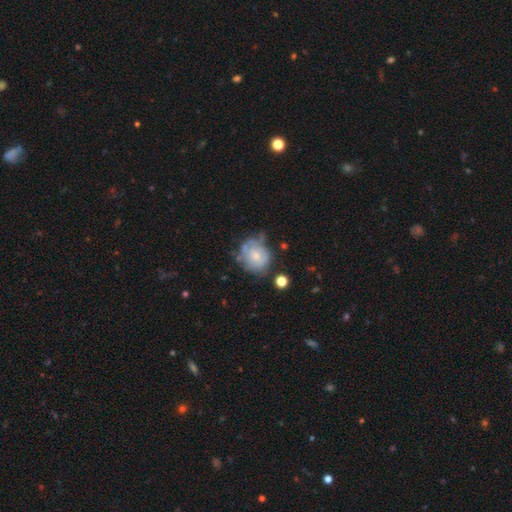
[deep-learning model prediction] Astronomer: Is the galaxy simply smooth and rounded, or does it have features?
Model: smooth — 50% (runner-up: featured or disk, 41%).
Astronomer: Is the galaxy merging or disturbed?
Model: none — 43% (runner-up: minor disturbance, 32%).